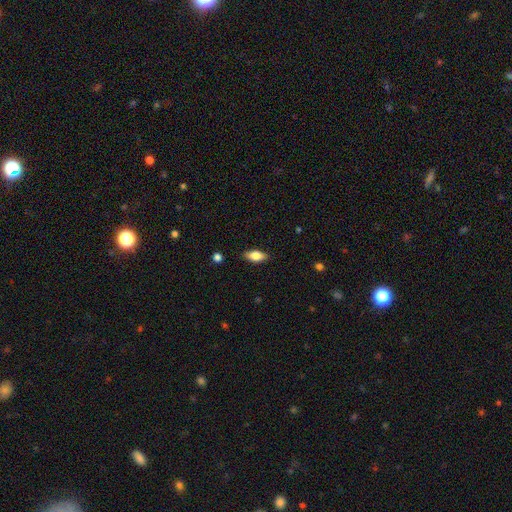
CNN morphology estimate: Q: Smooth or featured?
A: smooth (76%); runner-up: featured or disk (17%)
Q: How rounded?
A: in between (85%); runner-up: cigar-shaped (12%)
Q: Merging?
A: none (85%); runner-up: minor disturbance (11%)